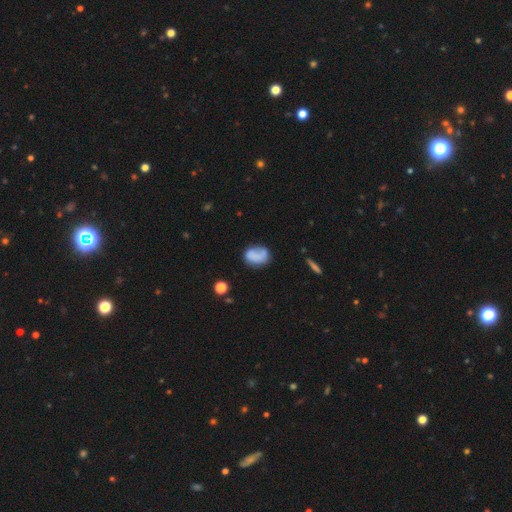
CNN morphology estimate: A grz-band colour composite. It shows a smooth galaxy with no disk features (69%) that is in between round and cigar-shaped (70%). Merging: none (51%).